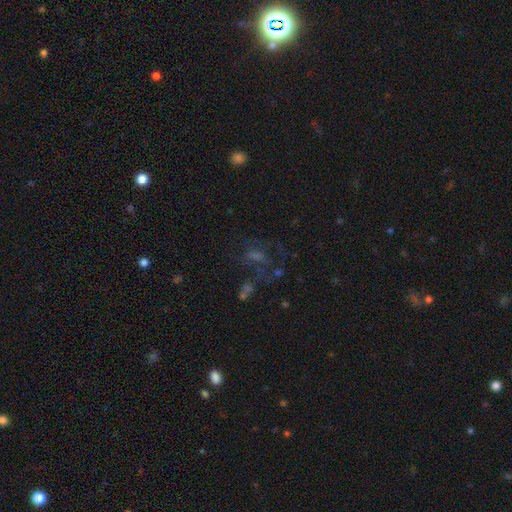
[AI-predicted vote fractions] The model was most divided on "smooth or featured": star or artifact: 37%, featured or disk: 36%, smooth: 27%.